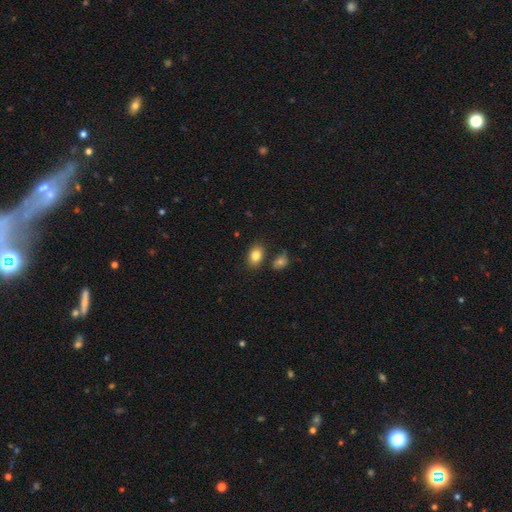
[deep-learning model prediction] Overall: smooth (83%). How rounded: in between (84%). Merging: none (78%).